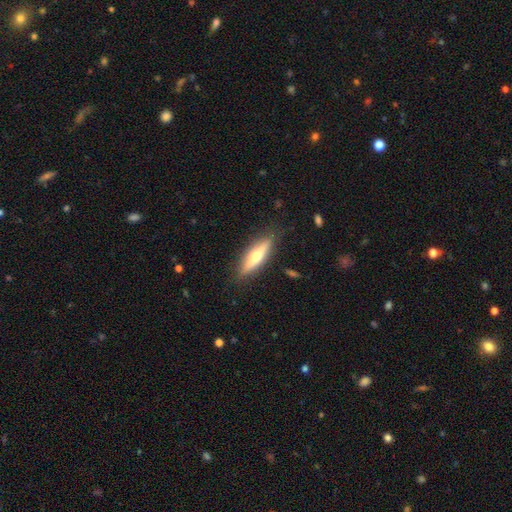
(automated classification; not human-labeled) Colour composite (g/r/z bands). It shows a featured or disk galaxy (53%) viewed edge-on (91%). Merging: none (87%).